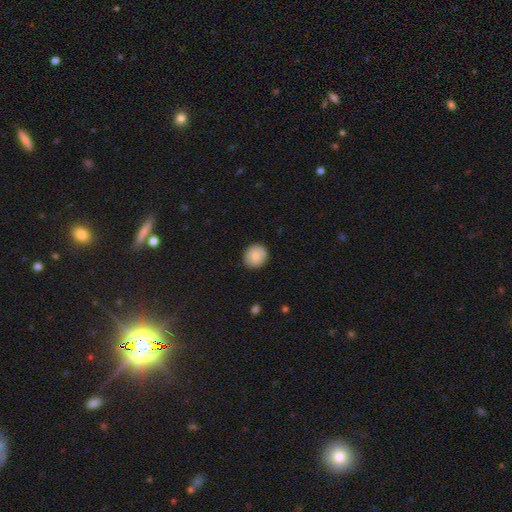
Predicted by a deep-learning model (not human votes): A smooth galaxy with no disk features (80%) that is round (82%).

Vote fractions:
- Smooth or featured? smooth: 80% / featured or disk: 13% / star or artifact: 8%
- How rounded? round: 82% / in between: 17% / cigar-shaped: 1%
- Merging? none: 87% / minor disturbance: 10% / major disturbance: 2% / merger: 1%